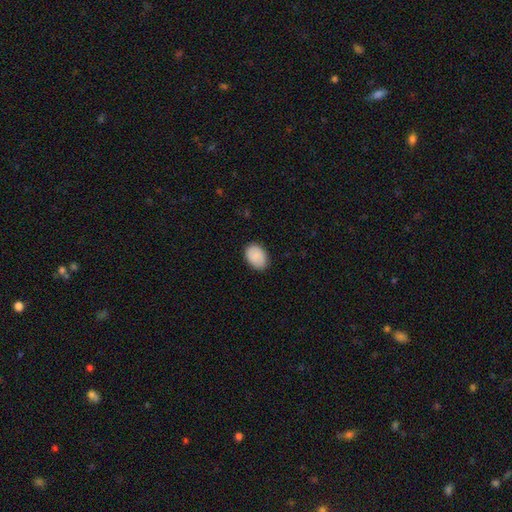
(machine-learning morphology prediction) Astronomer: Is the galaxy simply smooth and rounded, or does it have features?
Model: smooth — 88%.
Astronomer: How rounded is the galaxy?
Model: in between — 80%.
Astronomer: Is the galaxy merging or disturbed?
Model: none — 85%.